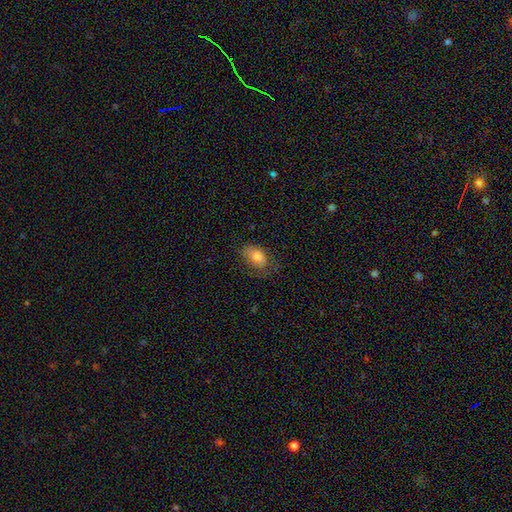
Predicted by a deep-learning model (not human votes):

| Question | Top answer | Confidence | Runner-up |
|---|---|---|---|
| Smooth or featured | smooth | 76% | featured or disk (16%) |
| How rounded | in between | 85% | round (13%) |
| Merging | none | 58% | minor disturbance (28%) |